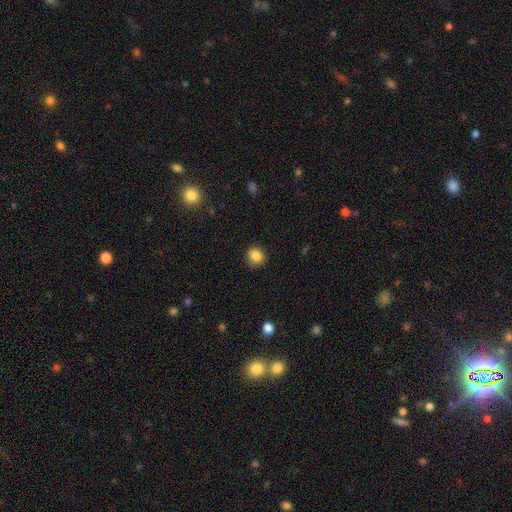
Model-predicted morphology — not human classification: Q: Smooth or featured?
A: smooth (85%); runner-up: star or artifact (10%)
Q: How rounded?
A: round (76%); runner-up: in between (23%)
Q: Merging?
A: none (82%); runner-up: minor disturbance (14%)